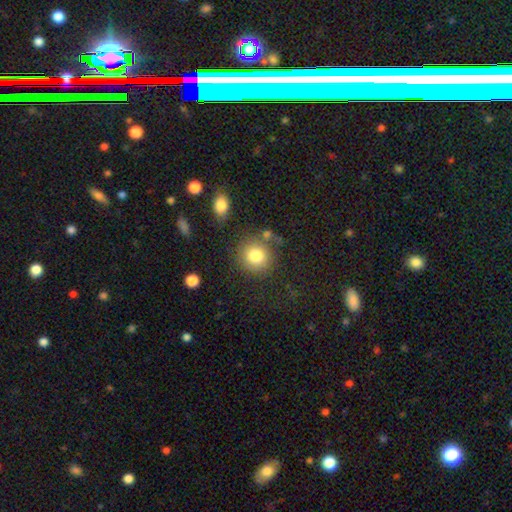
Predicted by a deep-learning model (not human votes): Smooth or featured? smooth (82%)
How rounded? round (87%)
Merging? none (75%)